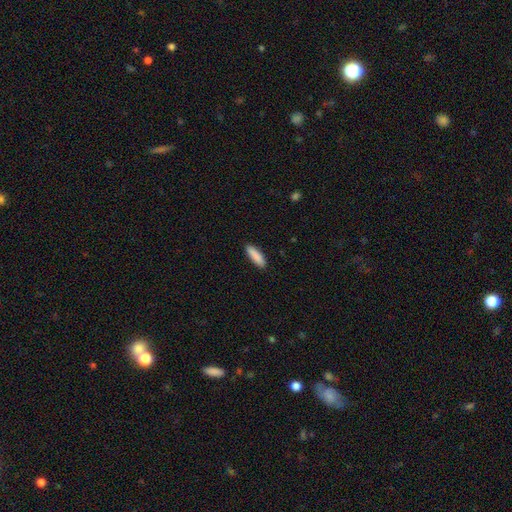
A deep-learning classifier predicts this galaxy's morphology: smooth_or_featured: smooth (p=0.89) [alt: star or artifact p=0.06]
how_rounded: cigar-shaped (p=0.59) [alt: in between p=0.40]
merging: none (p=0.89) [alt: minor disturbance p=0.08]